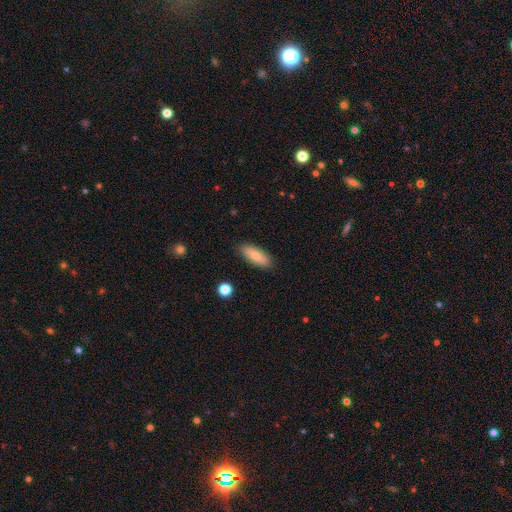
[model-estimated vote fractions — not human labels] Overall: smooth (70%). How rounded: in between (76%). Merging: none (87%).